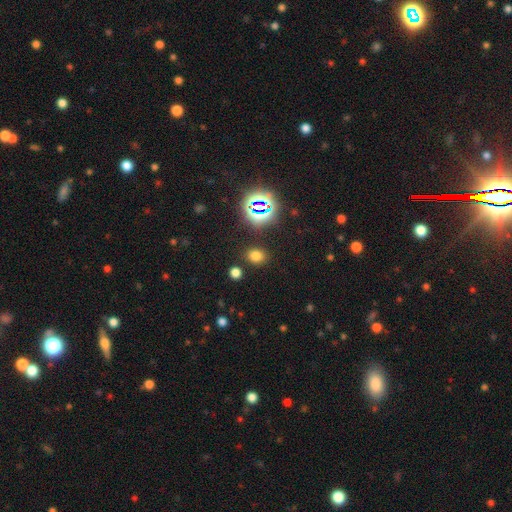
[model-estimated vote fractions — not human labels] A smooth galaxy with no disk features (70%) that is in between round and cigar-shaped (52%). Merging: none (85%).